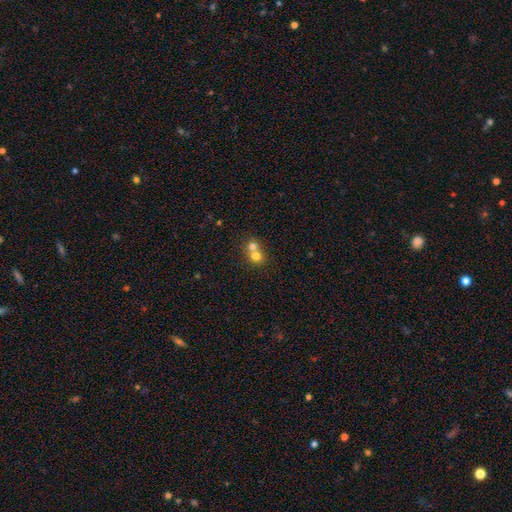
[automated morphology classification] This is likely a smooth galaxy (73%). How rounded: clearly round (82%). Merging: likely merger (64%).